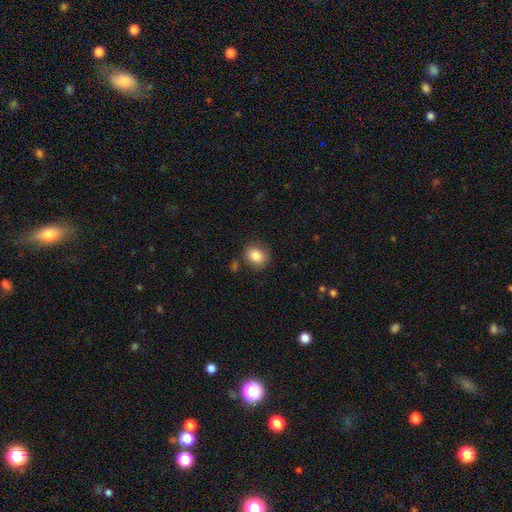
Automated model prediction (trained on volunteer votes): smooth-or-featured: smooth: 86% | star or artifact: 9% | featured or disk: 5%
  how-rounded: round: 59% | in between: 40% | cigar-shaped: 1%
  merging: none: 81% | minor disturbance: 12% | merger: 4% | major disturbance: 4%